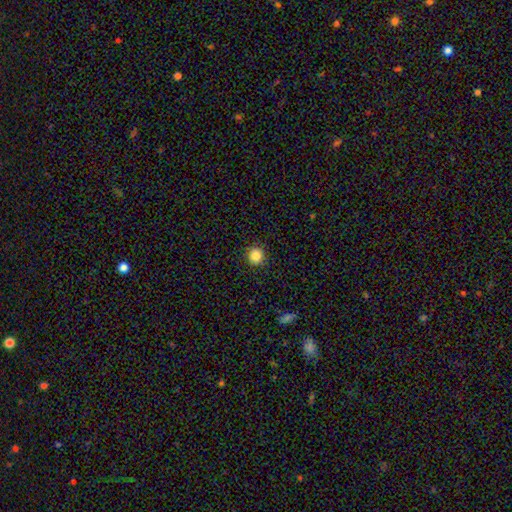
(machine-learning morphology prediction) Smooth or featured? smooth (85%)
How rounded? round (94%)
Merging? none (91%)